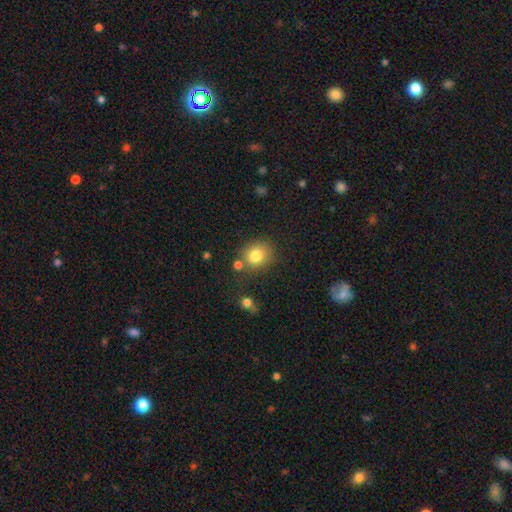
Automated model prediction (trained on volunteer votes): Smooth or featured: smooth — 81% (star or artifact — 11%)
How rounded: round — 73% (in between — 26%)
Merging: none — 72% (minor disturbance — 13%)